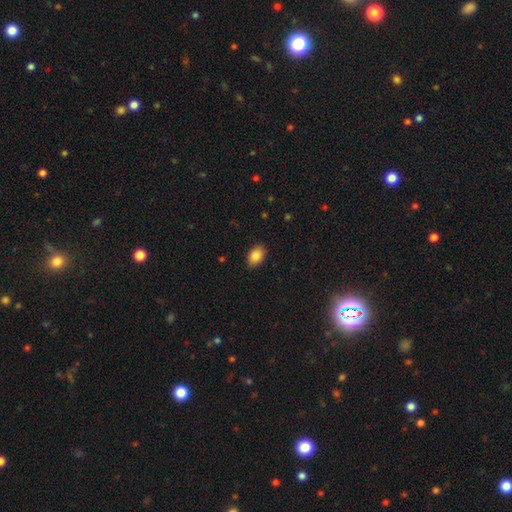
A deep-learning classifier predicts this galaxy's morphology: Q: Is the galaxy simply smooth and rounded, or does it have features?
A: smooth — 87%.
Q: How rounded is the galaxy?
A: in between — 84%.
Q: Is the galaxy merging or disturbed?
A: none — 87%.